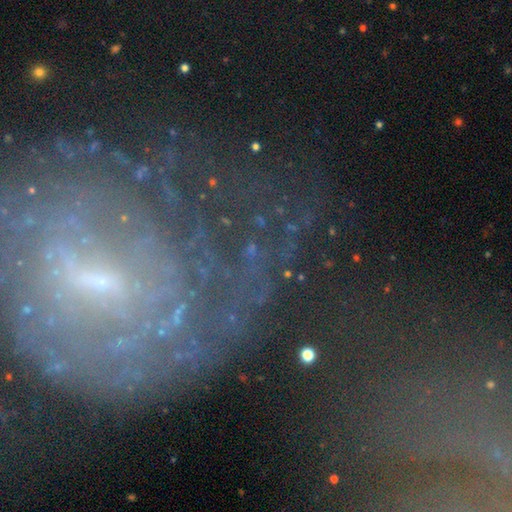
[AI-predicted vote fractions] featured or disk 52%, star or artifact 34%, smooth 15%. Down the decision tree: edge-on disk — no (91%); merging — none (67%).